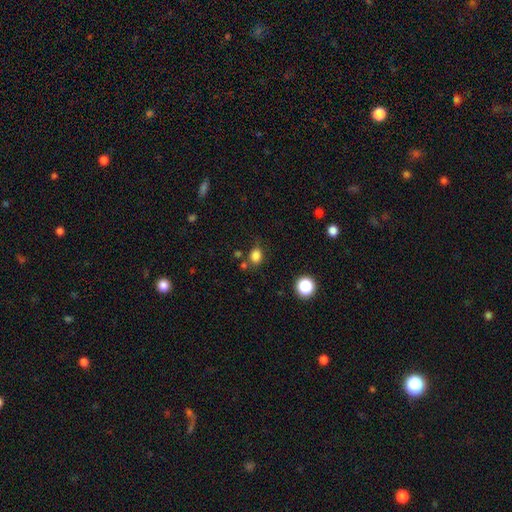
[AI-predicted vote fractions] Smooth or featured? smooth (82%)
How rounded? in between (50%)
Merging? none (69%)